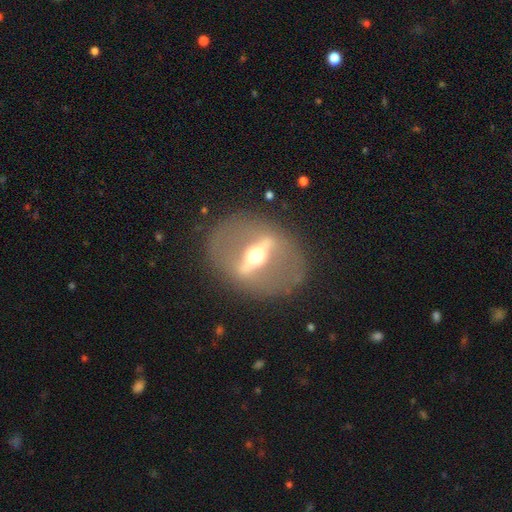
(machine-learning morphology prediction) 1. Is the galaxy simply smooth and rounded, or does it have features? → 82% featured or disk, 12% smooth, 6% star or artifact.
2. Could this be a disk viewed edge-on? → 53% no, 47% yes.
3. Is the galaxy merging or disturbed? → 81% none, 9% minor disturbance, 9% major disturbance, 1% merger.